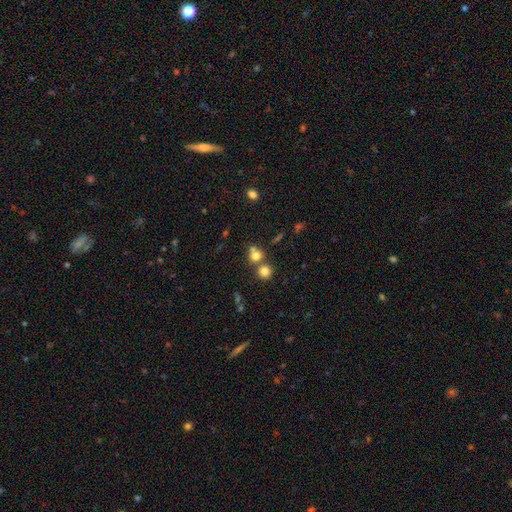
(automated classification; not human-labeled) The model was most divided on "merging": none: 50%, merger: 39%, minor disturbance: 8%, major disturbance: 4%. More confident: how rounded — round (80%); smooth or featured — smooth (72%).